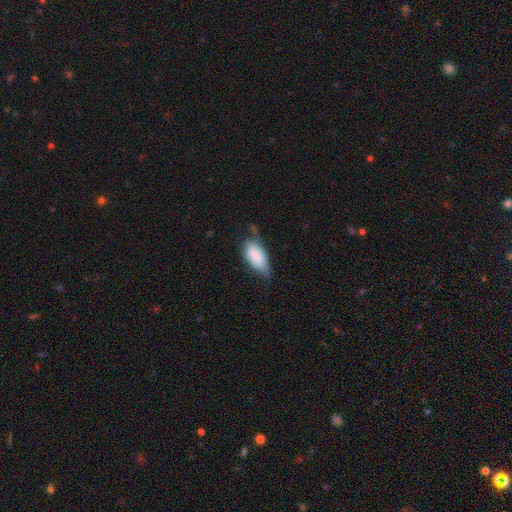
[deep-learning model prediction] smooth 83%, featured or disk 11%, star or artifact 6%. Down the decision tree: how rounded — in between (89%); merging — minor disturbance (42%, tied with none).